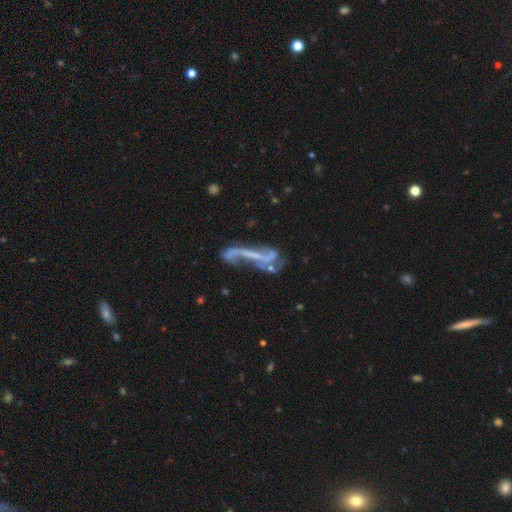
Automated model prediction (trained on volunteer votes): smooth_or_featured: featured or disk (p=0.75) [alt: smooth p=0.14]
disk_edge_on: no (p=0.79) [alt: yes p=0.21]
bar: no (p=0.41) [alt: strong p=0.34]
has_spiral_arms: yes (p=0.70) [alt: no p=0.30]
bulge_size: none (p=0.55) [alt: small p=0.33]
merging: none (p=0.35) [alt: major disturbance p=0.28]